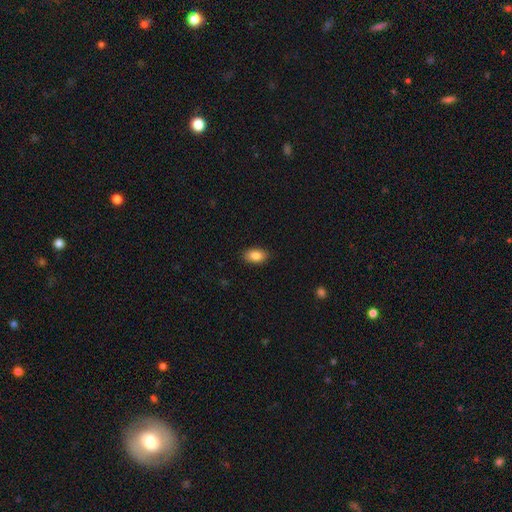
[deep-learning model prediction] Smooth or featured? Predicted: smooth (p=0.86). How rounded? Predicted: in between (p=0.90). Merging? Predicted: none (p=0.88).